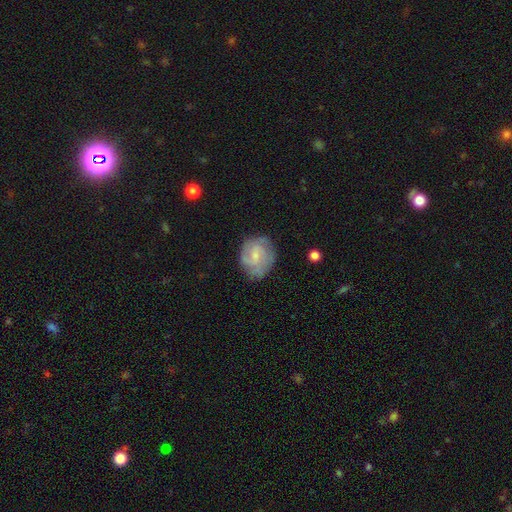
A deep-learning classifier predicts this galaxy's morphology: This is likely a featured or disk galaxy (62%). It is clearly not viewed edge-on (98%). Bar: possibly no (47%). Spiral arm pattern: clearly yes (85%). Spiral arm count: marginally 2 (36%). Spiral winding: marginally tight (42%, tied with medium). Central bulge: likely small (66%). Merging: likely none (68%).